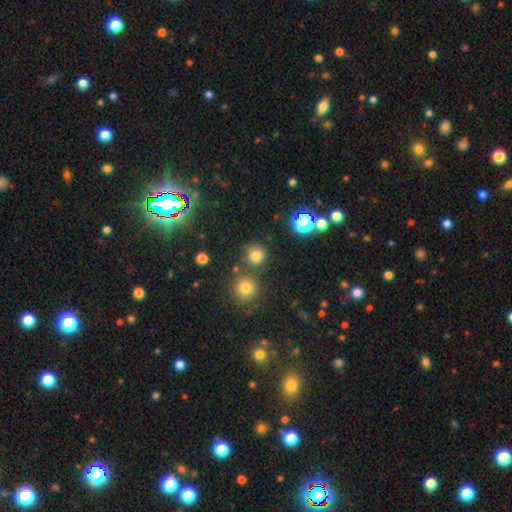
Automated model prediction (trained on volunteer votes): Overall: smooth (74%). How rounded: round (89%). Merging: none (73%).